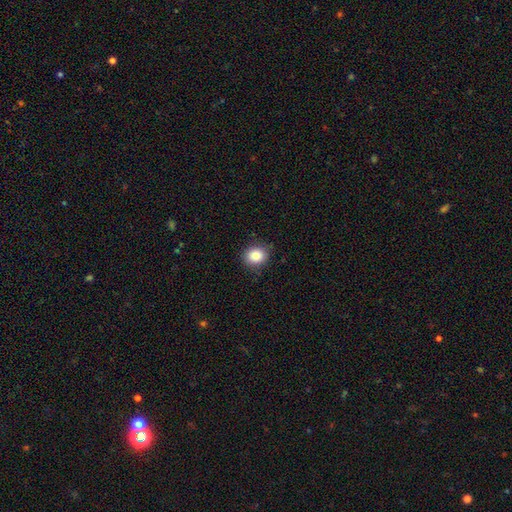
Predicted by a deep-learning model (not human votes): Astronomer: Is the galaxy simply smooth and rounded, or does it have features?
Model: smooth — 85%.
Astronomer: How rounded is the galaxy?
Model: round — 69%.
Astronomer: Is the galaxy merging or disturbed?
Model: none — 86%.